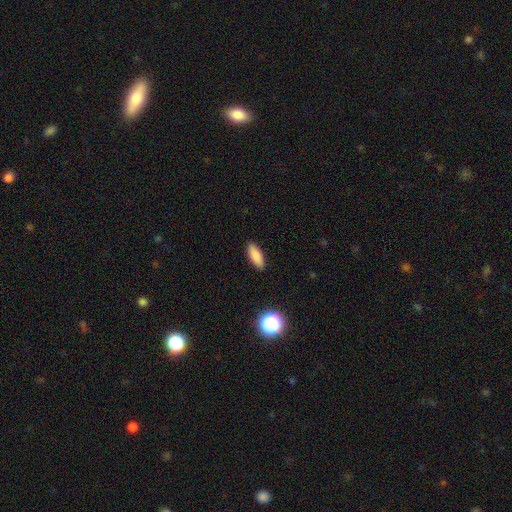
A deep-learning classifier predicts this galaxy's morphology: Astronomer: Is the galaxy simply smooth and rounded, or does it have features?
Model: smooth — 86%.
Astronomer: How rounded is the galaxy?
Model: in between — 67%.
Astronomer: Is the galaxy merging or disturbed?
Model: none — 90%.